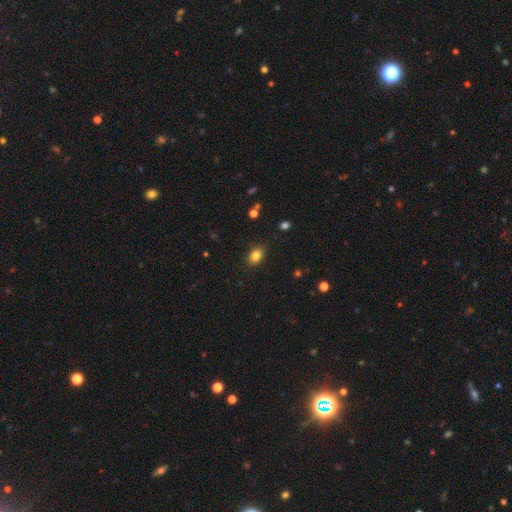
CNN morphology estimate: The model was most divided on "how rounded": in between: 74%, round: 25%, cigar-shaped: 1%. More confident: merging — none (87%); smooth or featured — smooth (83%).